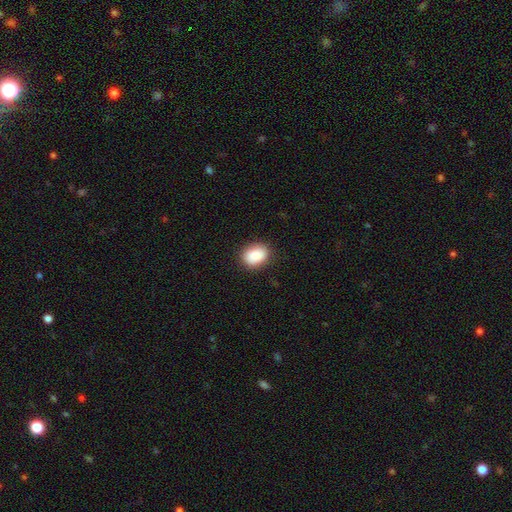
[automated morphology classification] type=smooth (86%); roundness=in between (67%); merging=none (87%).